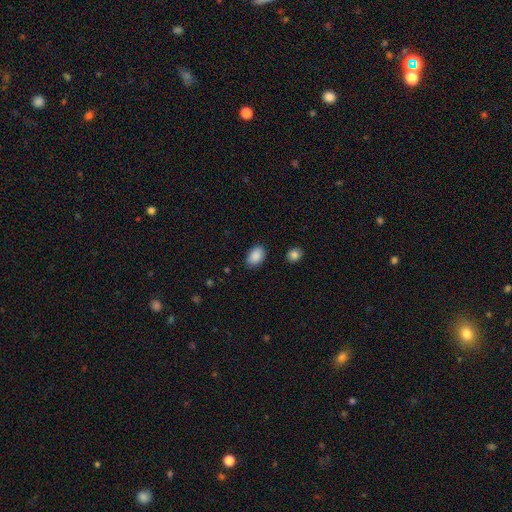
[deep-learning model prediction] Overall: smooth (89%). How rounded: in between (86%). Merging: none (85%).